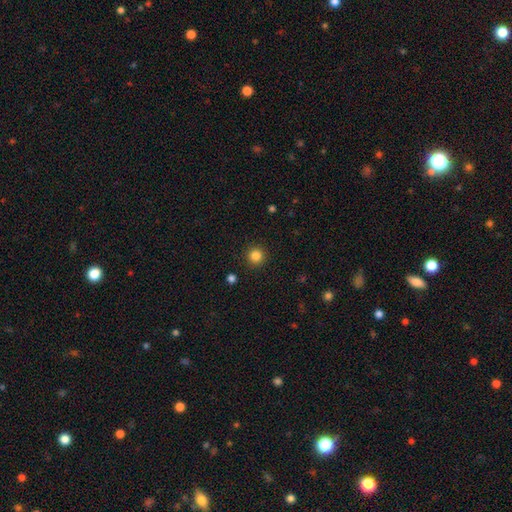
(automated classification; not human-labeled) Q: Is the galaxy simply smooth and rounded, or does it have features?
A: smooth — 84%.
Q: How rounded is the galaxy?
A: round — 95%.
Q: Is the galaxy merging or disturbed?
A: none — 92%.